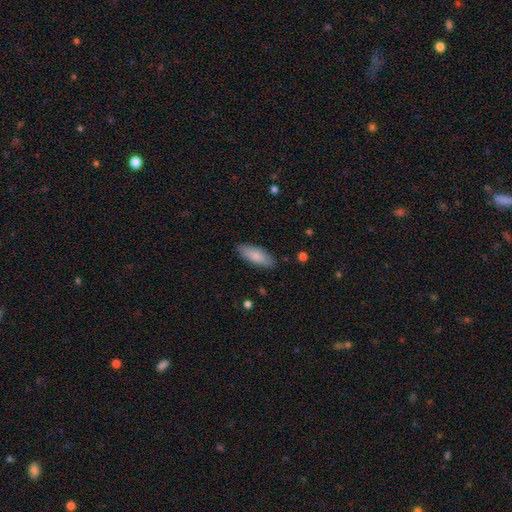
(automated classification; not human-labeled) This appears to be a smooth galaxy with no disk features (82%) that is in between round and cigar-shaped (68%). Merging: none (86%).